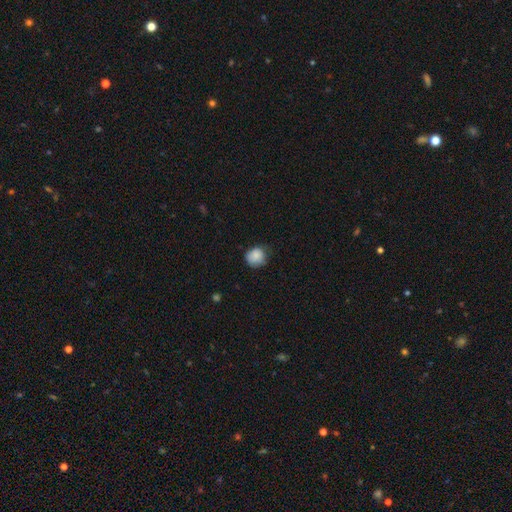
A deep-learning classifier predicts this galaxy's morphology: Overall: smooth (84%). How rounded: round (79%). Merging: none (63%; minor disturbance 29%).